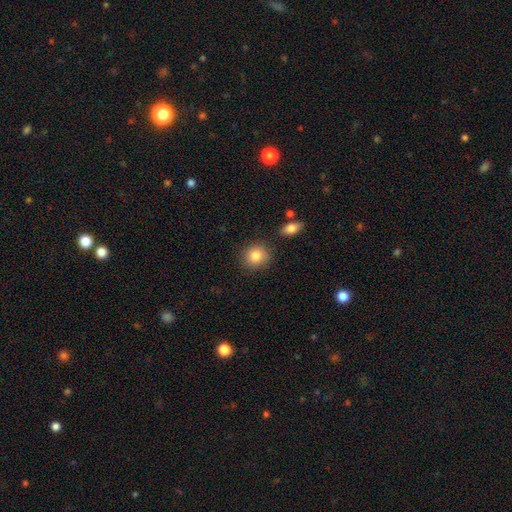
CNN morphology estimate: A smooth galaxy with no disk features (85%) that is round (81%).

Vote fractions:
- Smooth or featured? smooth: 85% / star or artifact: 8% / featured or disk: 6%
- How rounded? round: 81% / in between: 18% / cigar-shaped: 1%
- Merging? none: 84% / minor disturbance: 9% / merger: 4% / major disturbance: 3%